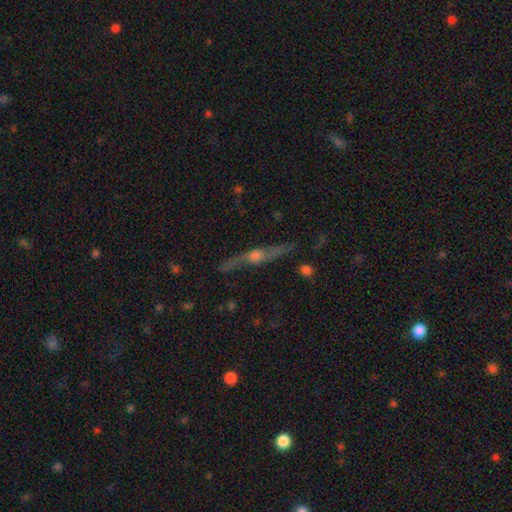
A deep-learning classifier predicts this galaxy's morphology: This is likely a featured or disk galaxy (74%). It is clearly viewed edge-on (92%). Edge-on bulge: clearly rounded (93%). Merging: clearly none (85%).